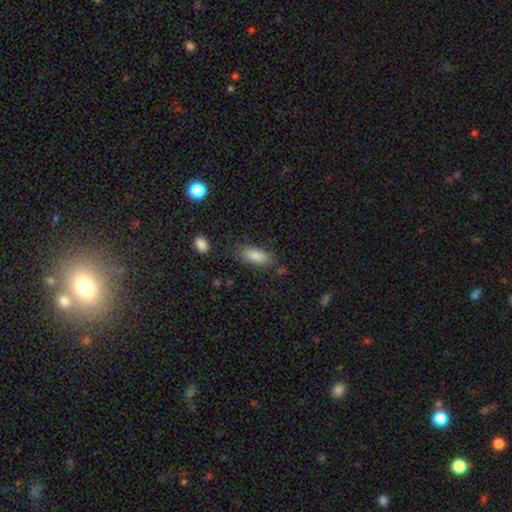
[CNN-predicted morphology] The model was most divided on "how rounded": in between: 80%, cigar-shaped: 18%, round: 3%. More confident: smooth or featured — smooth (83%); merging — none (78%).